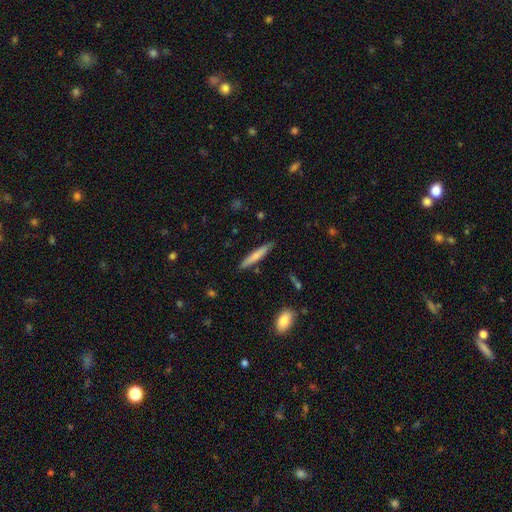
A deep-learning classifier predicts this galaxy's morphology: This is likely a smooth galaxy (70%). How rounded: clearly cigar-shaped (94%). Merging: clearly none (87%).